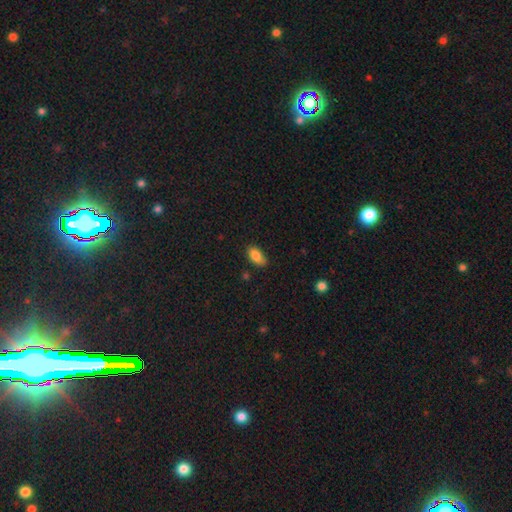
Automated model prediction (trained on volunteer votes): Smooth or featured? smooth (86%)
How rounded? in between (91%)
Merging? none (78%)